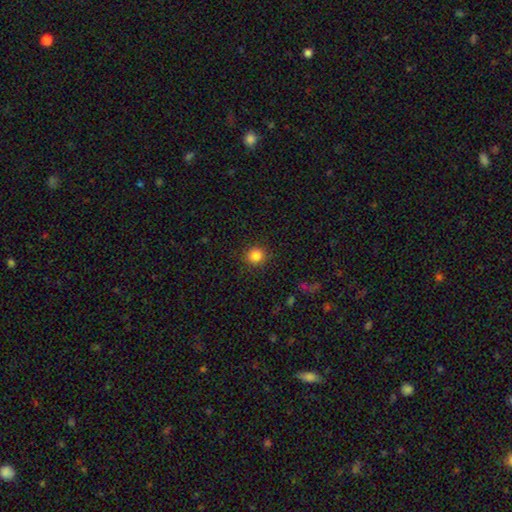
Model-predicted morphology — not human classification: Smooth or featured: smooth — 84% (star or artifact — 11%)
How rounded: round — 91% (in between — 8%)
Merging: none — 89% (minor disturbance — 7%)